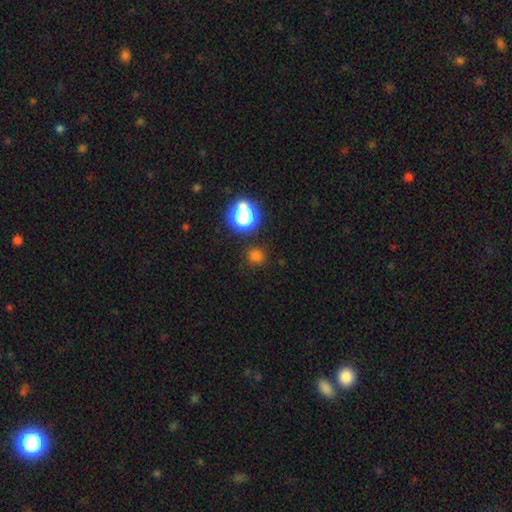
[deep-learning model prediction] Smooth or featured: smooth — 72% (star or artifact — 23%)
How rounded: round — 84% (in between — 14%)
Merging: none — 84% (minor disturbance — 9%)